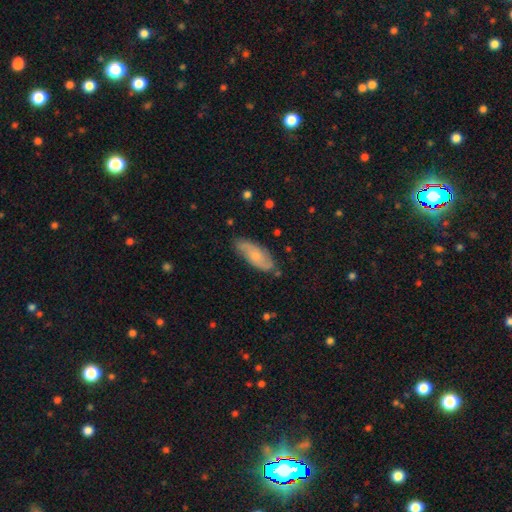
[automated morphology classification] A smooth galaxy with no disk features (51%) that is in between round and cigar-shaped (74%). Merging: none (75%).